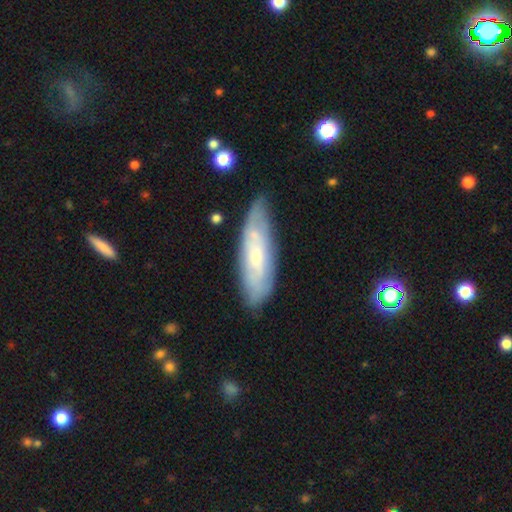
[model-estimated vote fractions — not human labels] Q: Smooth or featured?
A: smooth (48%); runner-up: featured or disk (45%)
Q: Merging?
A: none (73%); runner-up: minor disturbance (20%)